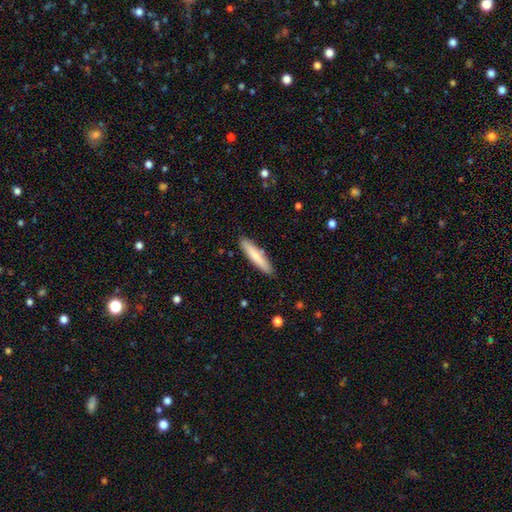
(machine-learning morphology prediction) smooth 76%, featured or disk 18%, star or artifact 6%. Down the decision tree: how rounded — cigar-shaped (86%); merging — none (87%).